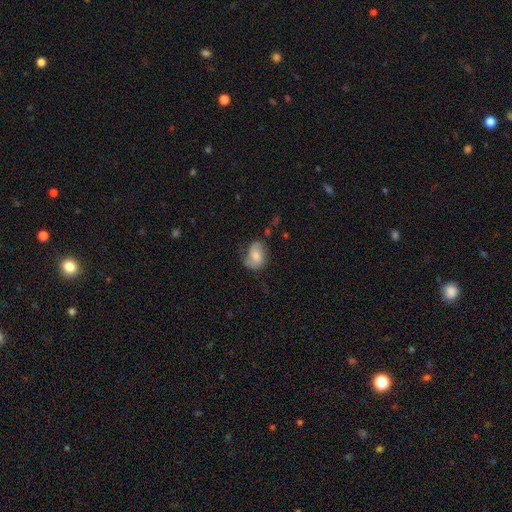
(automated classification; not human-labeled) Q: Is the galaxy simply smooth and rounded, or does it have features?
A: smooth — 60%.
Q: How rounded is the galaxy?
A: in between — 73%.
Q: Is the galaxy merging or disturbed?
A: none — 55%.